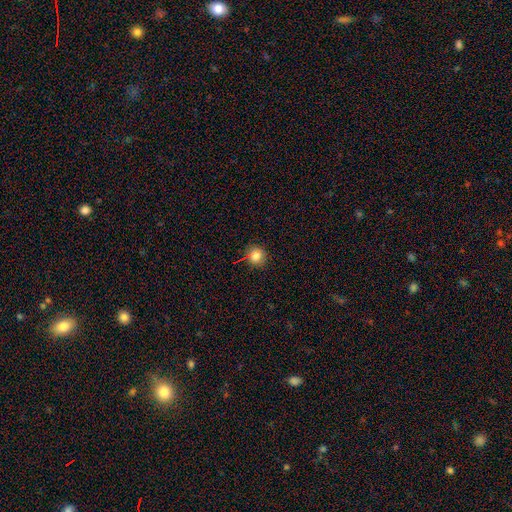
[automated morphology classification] Overall: smooth (81%). How rounded: round (84%). Merging: none (83%).